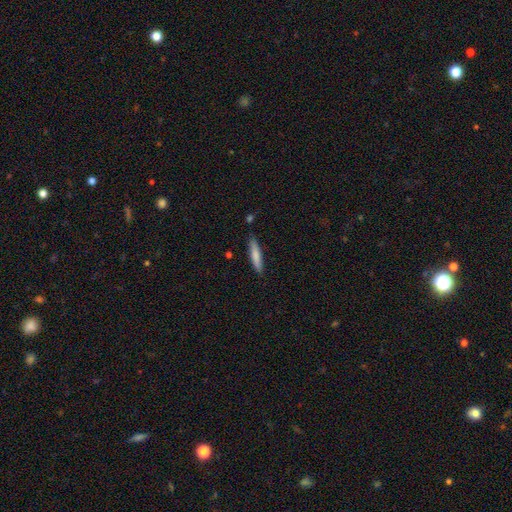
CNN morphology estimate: A smooth galaxy with no disk features (77%) that is cigar-shaped (88%). Merging: none (86%).